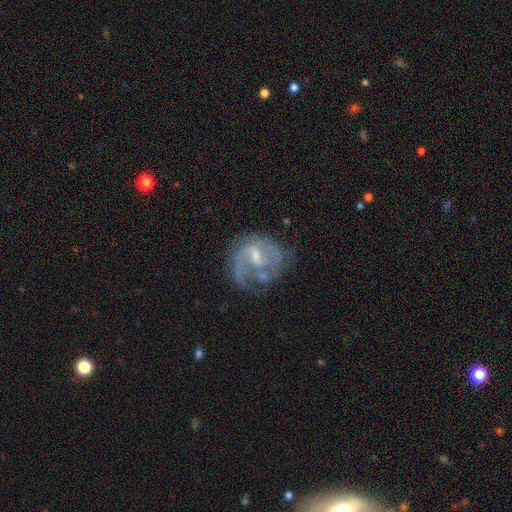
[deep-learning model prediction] Smooth or featured? featured or disk (75%)
Edge-on disk? no (97%)
Bar? weak (56%)
Spiral arms? yes (80%)
Spiral winding? medium (41%)
Spiral arm count? 1 (35%)
Bulge size? small (48%)
Merging? none (46%)